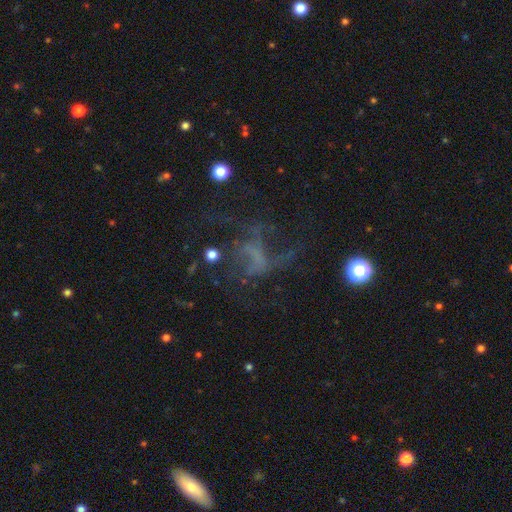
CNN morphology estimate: The model was most divided on "merging": major disturbance: 43%, none: 39%, minor disturbance: 14%, merger: 5%. More confident: edge-on disk — no (96%); smooth or featured — featured or disk (50%).